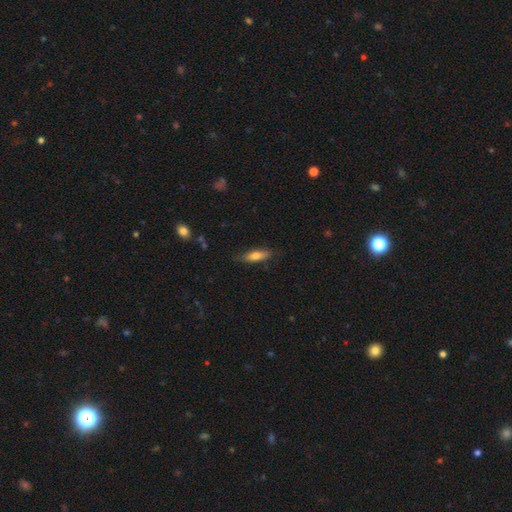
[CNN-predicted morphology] This appears to be a smooth galaxy with no disk features (68%) that is cigar-shaped (54%). Merging: none (79%).